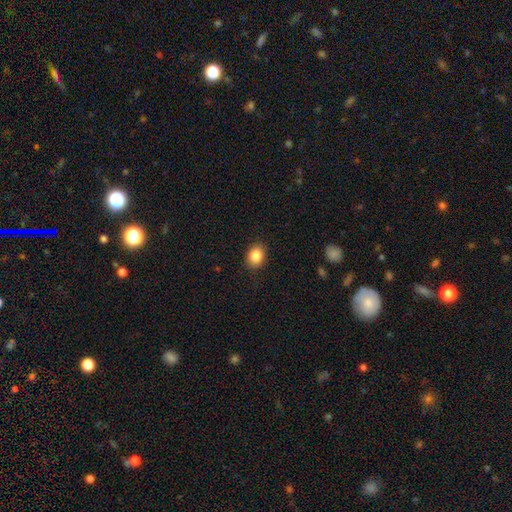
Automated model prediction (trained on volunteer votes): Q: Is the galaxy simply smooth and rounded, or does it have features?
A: smooth — 86%.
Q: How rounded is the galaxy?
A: in between — 56%.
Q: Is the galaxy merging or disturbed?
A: none — 89%.